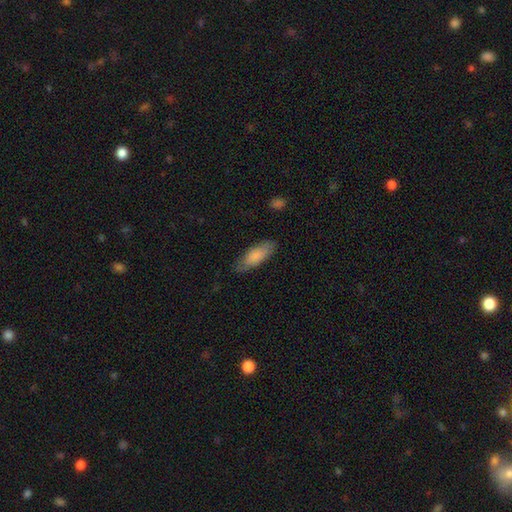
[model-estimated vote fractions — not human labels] This is clearly a smooth galaxy (83%). How rounded: likely in between (71%). Merging: likely none (77%).